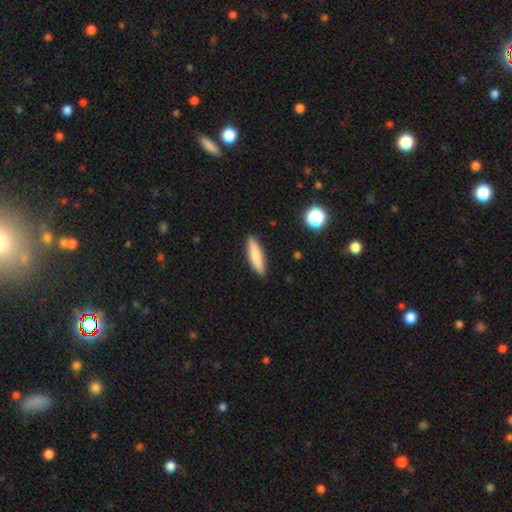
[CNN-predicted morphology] Smooth or featured: smooth — 79% (featured or disk — 14%)
How rounded: cigar-shaped — 72% (in between — 26%)
Merging: none — 90% (minor disturbance — 8%)